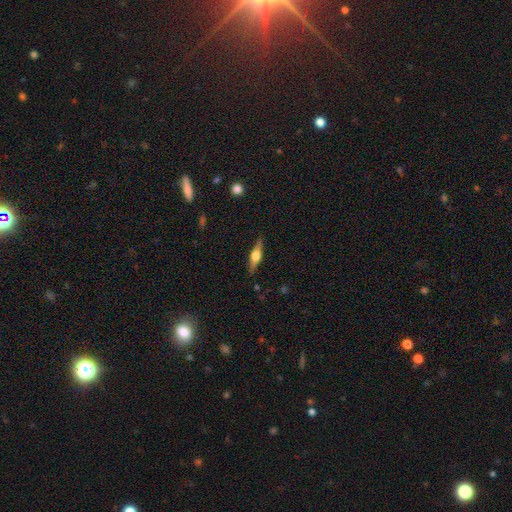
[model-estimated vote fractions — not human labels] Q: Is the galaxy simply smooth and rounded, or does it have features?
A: featured or disk — 60%.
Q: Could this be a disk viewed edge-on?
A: yes — 96%.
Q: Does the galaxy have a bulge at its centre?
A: rounded — 91%.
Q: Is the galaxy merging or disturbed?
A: none — 87%.